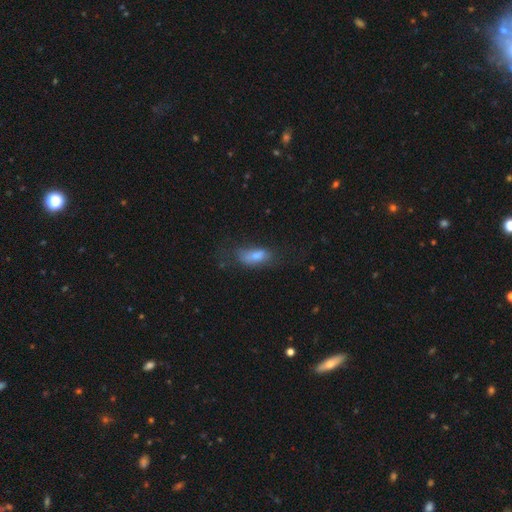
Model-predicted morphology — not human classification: smooth-or-featured: smooth: 69% | featured or disk: 20% | star or artifact: 12%
  how-rounded: in between: 76% | cigar-shaped: 20% | round: 4%
  merging: none: 52% | minor disturbance: 27% | major disturbance: 19% | merger: 3%